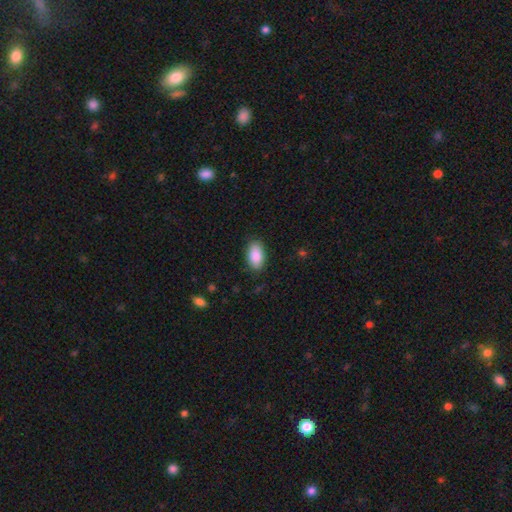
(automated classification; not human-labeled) Morphology: type=smooth (89%); roundness=in between (94%); merging=none (86%).